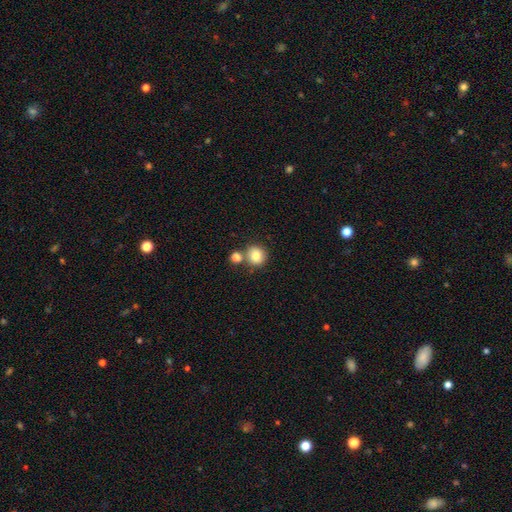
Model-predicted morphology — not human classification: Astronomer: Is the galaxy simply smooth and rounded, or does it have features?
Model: smooth — 82%.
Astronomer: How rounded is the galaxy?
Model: round — 88%.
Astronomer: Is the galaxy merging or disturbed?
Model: none — 60%.